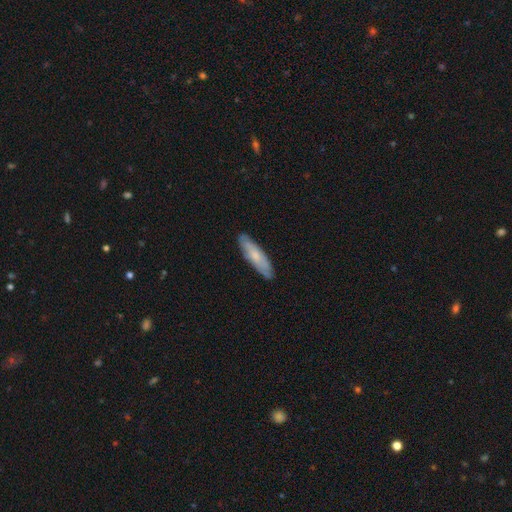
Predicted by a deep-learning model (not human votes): Smooth or featured: smooth — 53% (featured or disk — 41%)
How rounded: cigar-shaped — 66% (in between — 33%)
Merging: none — 84% (minor disturbance — 13%)